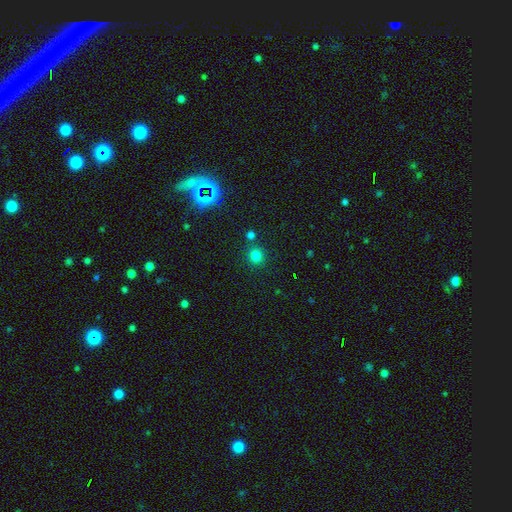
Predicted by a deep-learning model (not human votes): Smooth or featured? smooth (77%)
How rounded? round (89%)
Merging? none (80%)